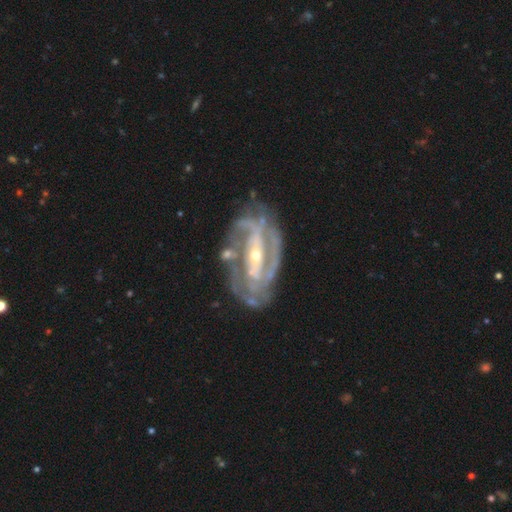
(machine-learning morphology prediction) smooth-or-featured: featured or disk: 90% | smooth: 5% | star or artifact: 5%
  disk-edge-on: no: 95% | yes: 5%
    bar: strong: 51% | weak: 26% | no: 23%
    has-spiral-arms: yes: 94% | no: 6%
      spiral-winding: tight: 53% | medium: 37% | loose: 11%
      spiral-arm-count: 2: 59% | can't tell: 16% | 3: 13% | 4: 4% | 1: 4% | more than 4: 3%
    bulge-size: small: 66% | moderate: 31% | large: 2% | none: 1% | dominant: 1%
  merging: none: 65% | minor disturbance: 20% | major disturbance: 10% | merger: 4%